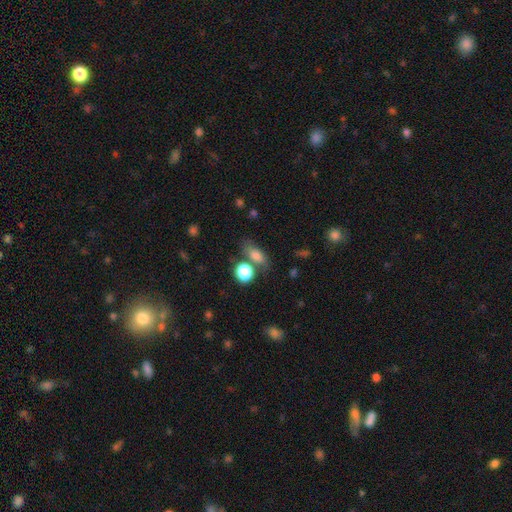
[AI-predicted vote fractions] smooth-or-featured: smooth: 76% | featured or disk: 12% | star or artifact: 12%
  how-rounded: in between: 74% | round: 17% | cigar-shaped: 9%
  merging: none: 59% | minor disturbance: 17% | merger: 16% | major disturbance: 8%